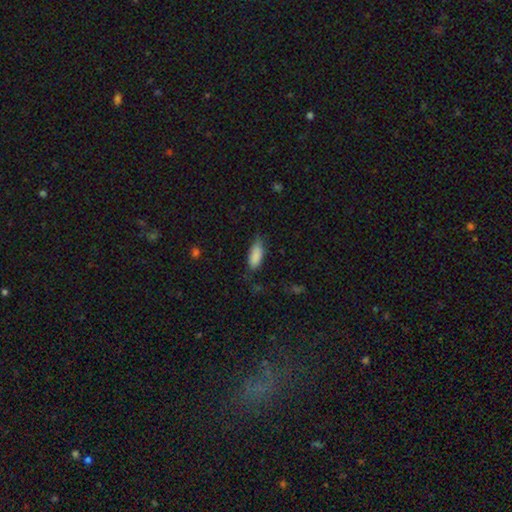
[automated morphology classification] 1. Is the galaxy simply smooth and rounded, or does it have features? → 87% smooth, 7% star or artifact, 6% featured or disk.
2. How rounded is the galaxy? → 82% in between, 16% cigar-shaped, 2% round.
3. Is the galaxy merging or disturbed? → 64% none, 28% minor disturbance, 7% major disturbance, 2% merger.